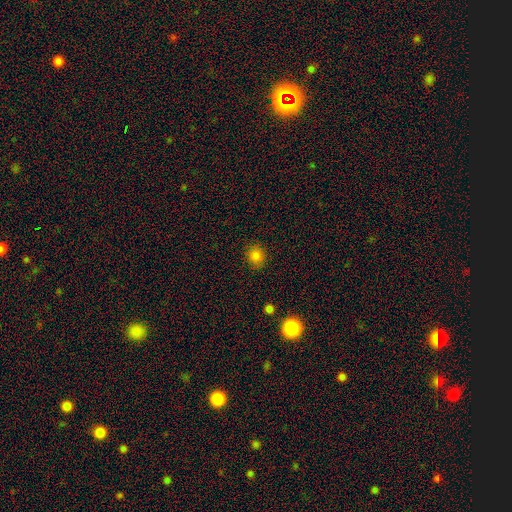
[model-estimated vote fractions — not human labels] Q: Smooth or featured?
A: smooth (82%); runner-up: star or artifact (13%)
Q: How rounded?
A: round (79%); runner-up: in between (21%)
Q: Merging?
A: none (87%); runner-up: minor disturbance (9%)